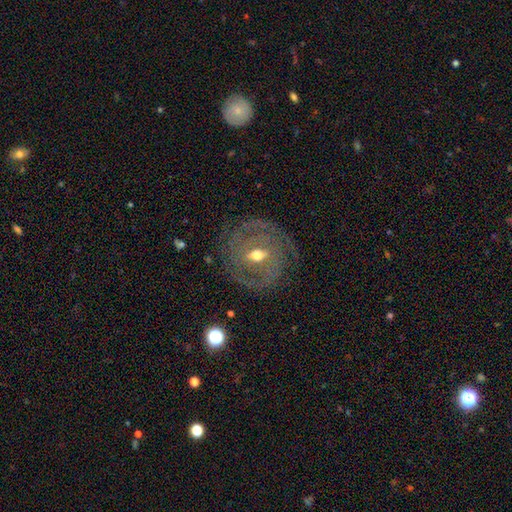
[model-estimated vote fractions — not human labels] Q: Smooth or featured?
A: featured or disk (82%); runner-up: smooth (11%)
Q: Edge-on disk?
A: no (95%); runner-up: yes (5%)
Q: Bar?
A: weak (49%); runner-up: strong (27%)
Q: Spiral arms?
A: yes (83%); runner-up: no (17%)
Q: Spiral winding?
A: tight (64%); runner-up: medium (27%)
Q: Spiral arm count?
A: 2 (41%); runner-up: can't tell (31%)
Q: Bulge size?
A: moderate (70%); runner-up: small (24%)
Q: Merging?
A: none (78%); runner-up: minor disturbance (14%)